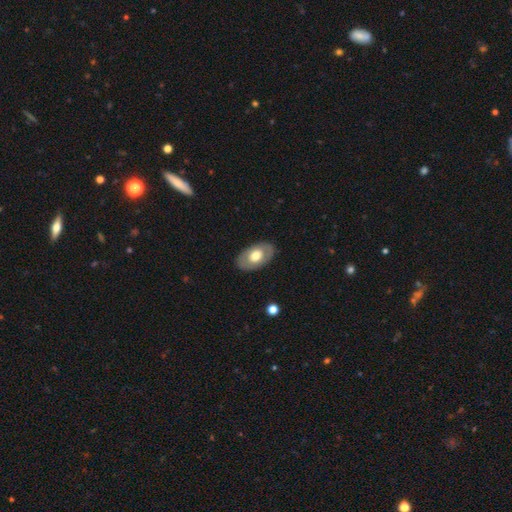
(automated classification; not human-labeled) Smooth or featured? Predicted: smooth (p=0.55). How rounded? Predicted: in between (p=0.90). Merging? Predicted: none (p=0.85).